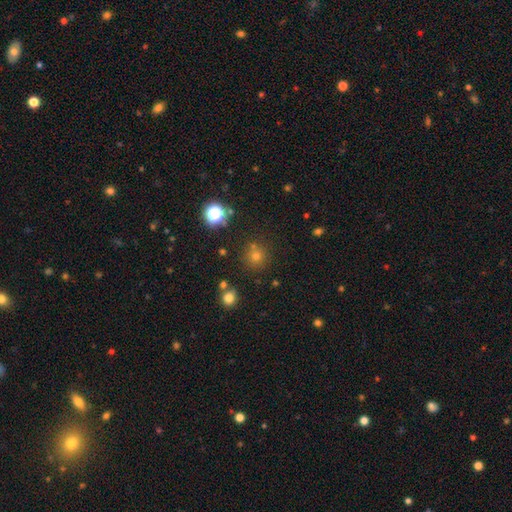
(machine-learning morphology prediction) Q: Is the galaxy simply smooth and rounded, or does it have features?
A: smooth — 61%.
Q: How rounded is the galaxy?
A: round — 92%.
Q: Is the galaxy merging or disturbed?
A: none — 78%.